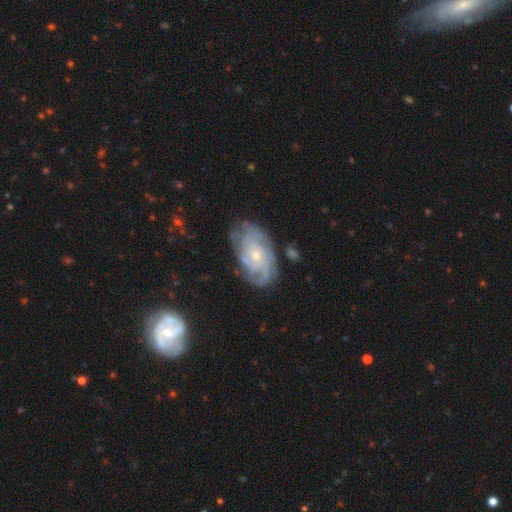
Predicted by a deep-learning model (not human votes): A featured or disk galaxy (82%) with no bar (78%), tight (69%) spiral arms (94%) and a small central bulge (64%). Merging: none (72%).